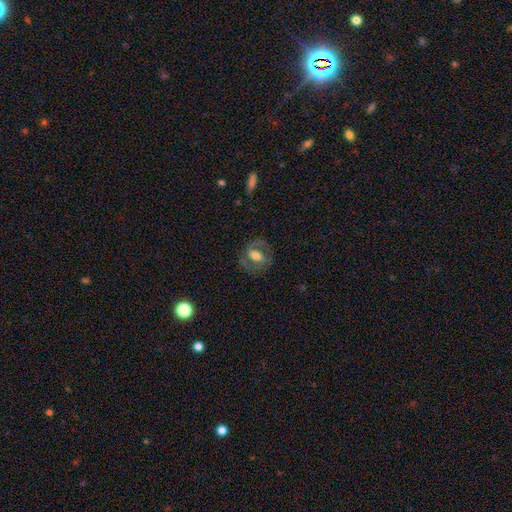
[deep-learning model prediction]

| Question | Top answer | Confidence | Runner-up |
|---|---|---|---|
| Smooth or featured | featured or disk | 52% | smooth (40%) |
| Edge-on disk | no | 94% | yes (6%) |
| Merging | none | 69% | minor disturbance (17%) |